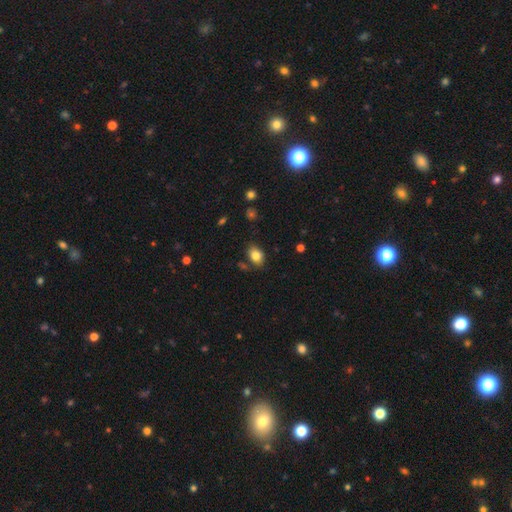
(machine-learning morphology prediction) A smooth galaxy with no disk features (83%) that is in between round and cigar-shaped (80%).

Vote fractions:
- Smooth or featured? smooth: 83% / star or artifact: 9% / featured or disk: 8%
- How rounded? in between: 80% / round: 19% / cigar-shaped: 1%
- Merging? none: 76% / minor disturbance: 16% / merger: 5% / major disturbance: 4%